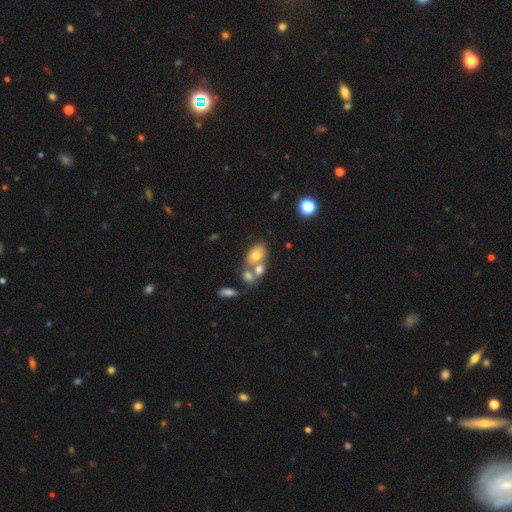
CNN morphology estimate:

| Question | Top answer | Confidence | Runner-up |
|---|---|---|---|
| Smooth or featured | smooth | 68% | featured or disk (21%) |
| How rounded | in between | 80% | round (19%) |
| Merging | merger | 50% | none (34%) |